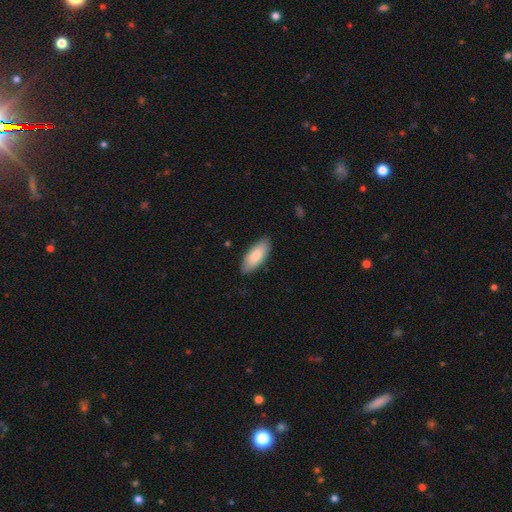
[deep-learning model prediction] Smooth or featured? smooth (82%)
How rounded? in between (82%)
Merging? none (86%)